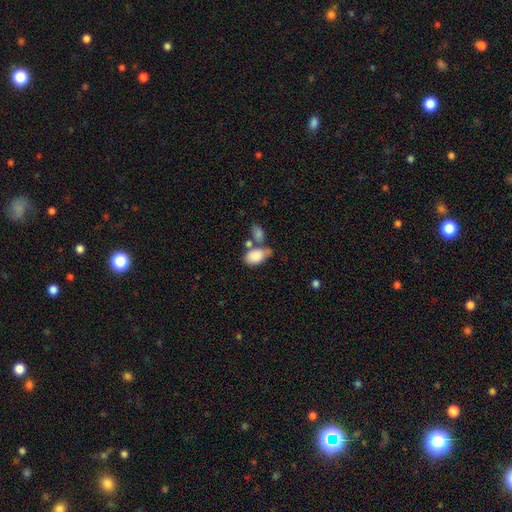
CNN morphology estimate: The model was most divided on "merging" (2-way tie): merger: 37%, none: 37%, minor disturbance: 17%, major disturbance: 9%. More confident: how rounded — in between (91%); smooth or featured — smooth (84%).